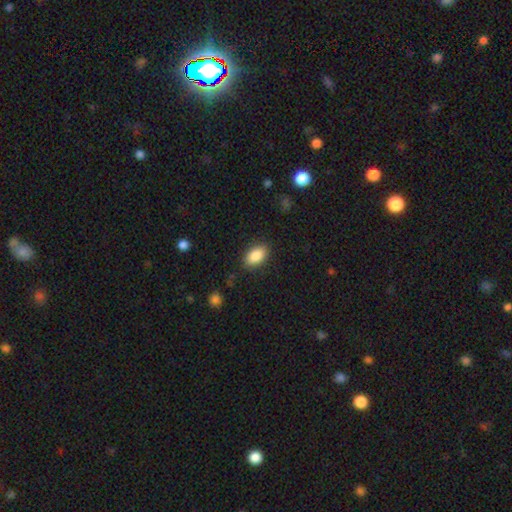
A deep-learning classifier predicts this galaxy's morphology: This is clearly a smooth galaxy (88%). How rounded: clearly in between (91%). Merging: clearly none (86%).